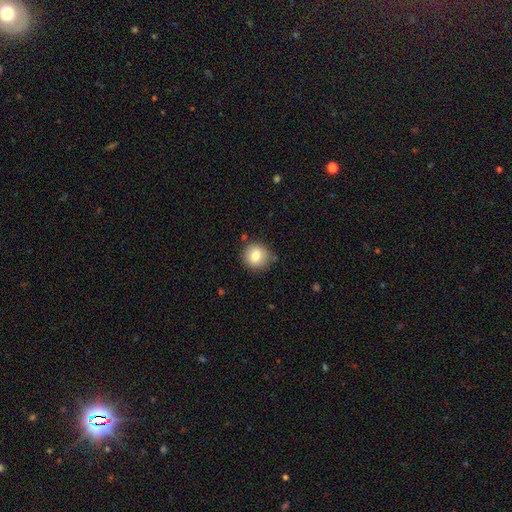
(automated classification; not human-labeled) Morphology: type=smooth (80%); roundness=round (91%); merging=none (80%).